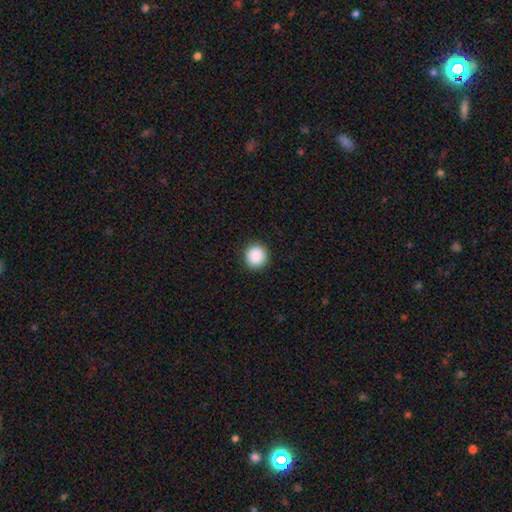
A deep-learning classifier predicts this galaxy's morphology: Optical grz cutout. It shows a smooth galaxy with no disk features (89%) that is round (94%). Merging: none (92%).